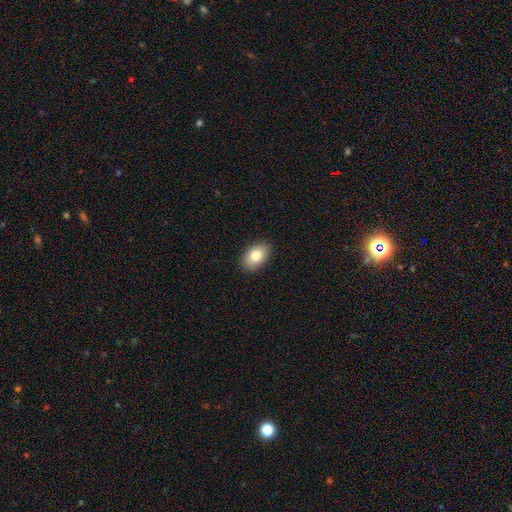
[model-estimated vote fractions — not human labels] smooth_or_featured: smooth (p=0.81) [alt: featured or disk p=0.12]
how_rounded: in between (p=0.88) [alt: round p=0.10]
merging: none (p=0.88) [alt: minor disturbance p=0.09]